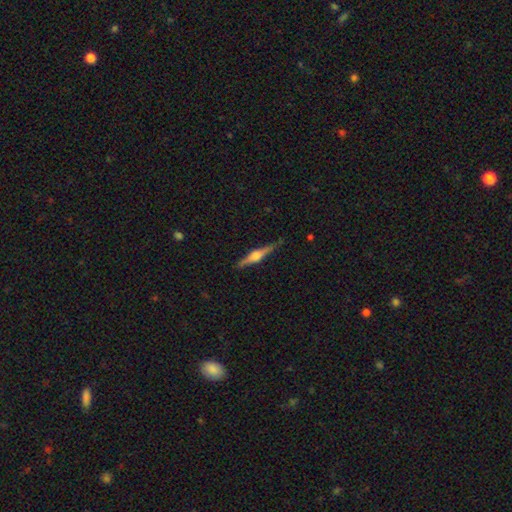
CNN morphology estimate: Q: Smooth or featured?
A: featured or disk (77%); runner-up: smooth (18%)
Q: Edge-on disk?
A: yes (98%); runner-up: no (2%)
Q: Edge-on bulge?
A: rounded (88%); runner-up: boxy (10%)
Q: Merging?
A: none (86%); runner-up: minor disturbance (10%)